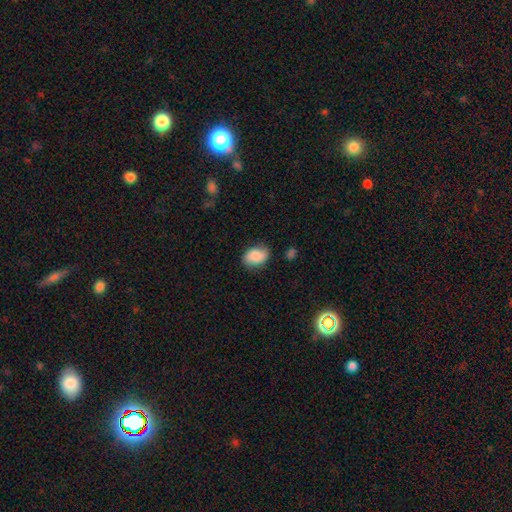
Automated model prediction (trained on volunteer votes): smooth-or-featured: smooth: 82% | featured or disk: 11% | star or artifact: 7%
  how-rounded: in between: 81% | round: 18% | cigar-shaped: 1%
  merging: none: 76% | minor disturbance: 18% | major disturbance: 4% | merger: 2%